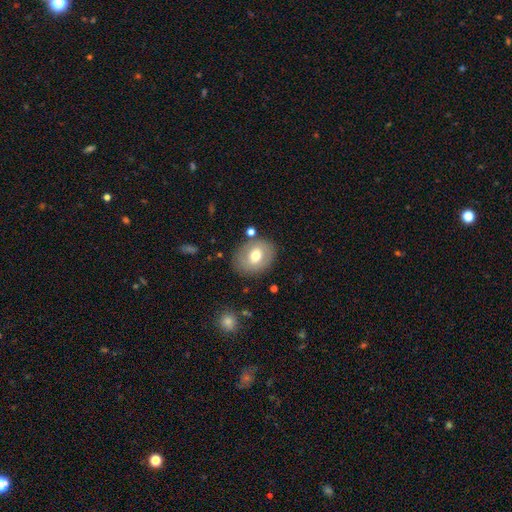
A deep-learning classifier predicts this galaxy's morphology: Smooth or featured? smooth (61%)
How rounded? in between (52%)
Merging? none (78%)